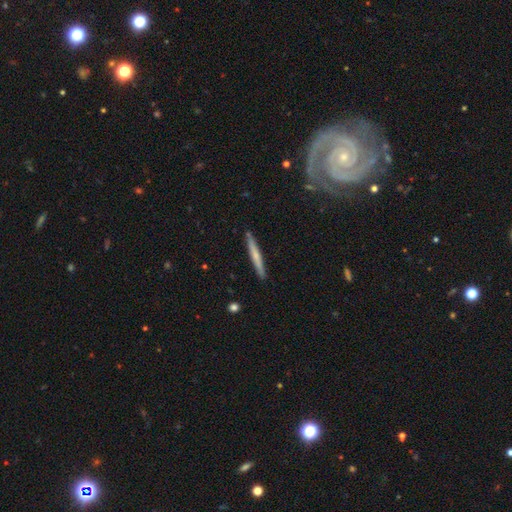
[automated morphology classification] Q: Smooth or featured?
A: smooth (53%); runner-up: featured or disk (42%)
Q: How rounded?
A: cigar-shaped (96%); runner-up: in between (2%)
Q: Merging?
A: none (90%); runner-up: minor disturbance (8%)